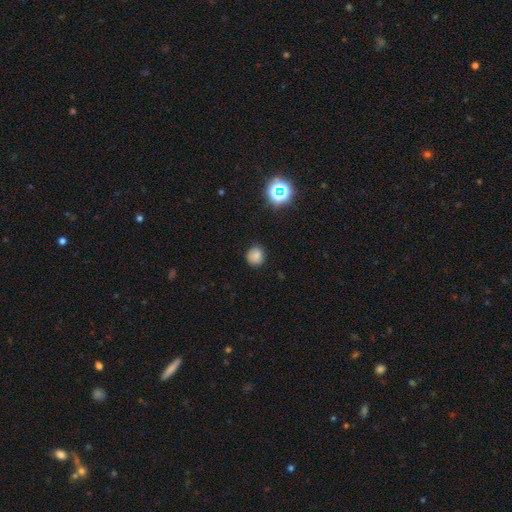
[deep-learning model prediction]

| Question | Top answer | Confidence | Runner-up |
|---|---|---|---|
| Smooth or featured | smooth | 79% | star or artifact (15%) |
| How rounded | round | 86% | in between (13%) |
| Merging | none | 85% | minor disturbance (11%) |